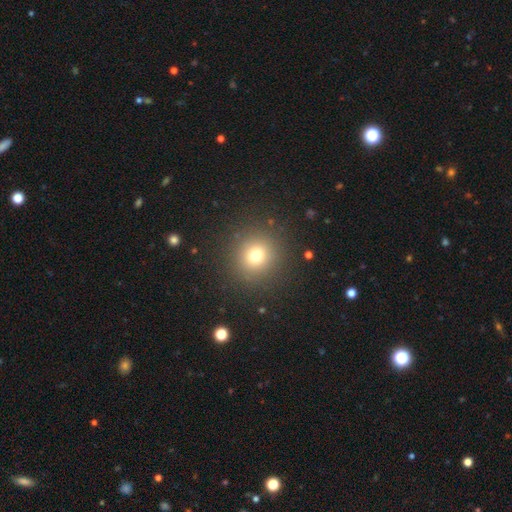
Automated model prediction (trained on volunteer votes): Smooth or featured: smooth — 73% (star or artifact — 18%)
How rounded: round — 93% (in between — 7%)
Merging: none — 89% (minor disturbance — 6%)